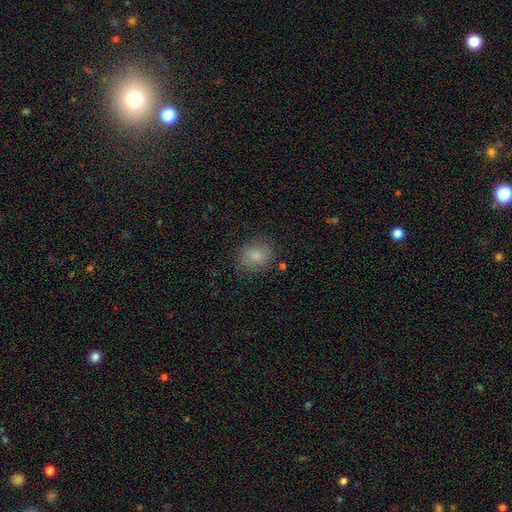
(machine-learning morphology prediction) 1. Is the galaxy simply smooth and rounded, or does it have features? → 82% smooth, 9% star or artifact, 8% featured or disk.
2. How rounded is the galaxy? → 60% round, 39% in between, 1% cigar-shaped.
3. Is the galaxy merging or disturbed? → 81% none, 13% minor disturbance, 4% major disturbance, 2% merger.